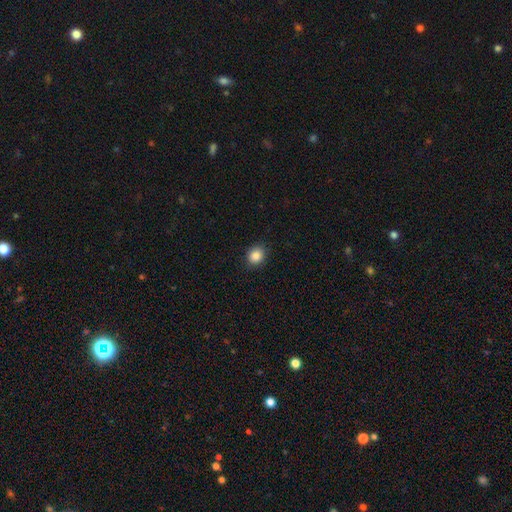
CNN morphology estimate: Smooth or featured? smooth (87%)
How rounded? round (69%)
Merging? none (88%)